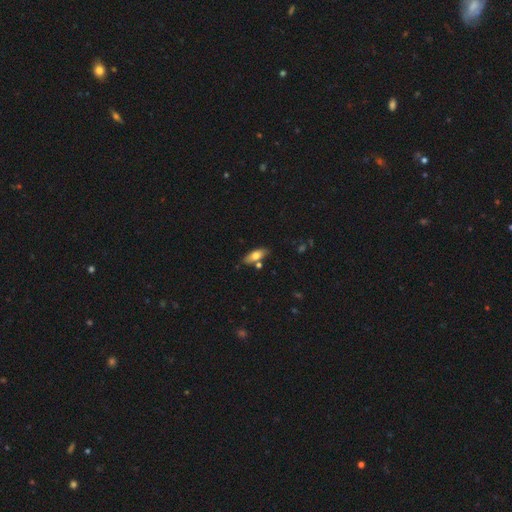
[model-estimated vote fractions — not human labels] Smooth or featured: smooth — 70% (featured or disk — 23%)
How rounded: in between — 72% (cigar-shaped — 25%)
Merging: none — 75% (minor disturbance — 13%)